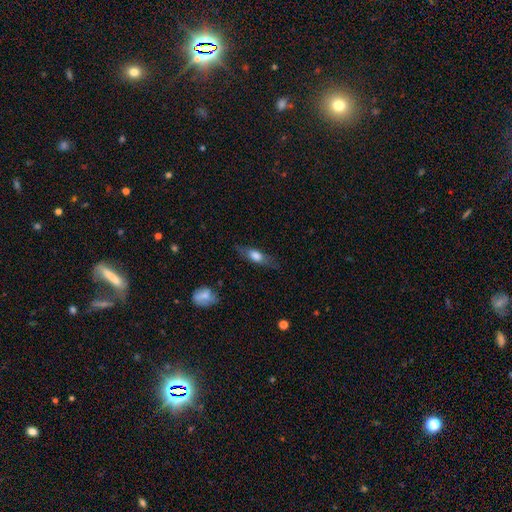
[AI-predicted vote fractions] A smooth galaxy with no disk features (58%) that is in between round and cigar-shaped (52%).

Vote fractions:
- Smooth or featured? smooth: 58% / featured or disk: 35% / star or artifact: 7%
- How rounded? in between: 52% / cigar-shaped: 43% / round: 5%
- Merging? none: 74% / minor disturbance: 18% / major disturbance: 6% / merger: 2%